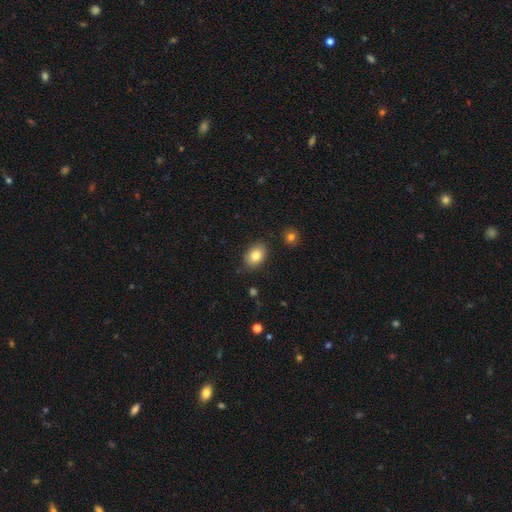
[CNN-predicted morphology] Smooth or featured? Predicted: smooth (p=0.82). How rounded? Predicted: in between (p=0.79). Merging? Predicted: none (p=0.85).